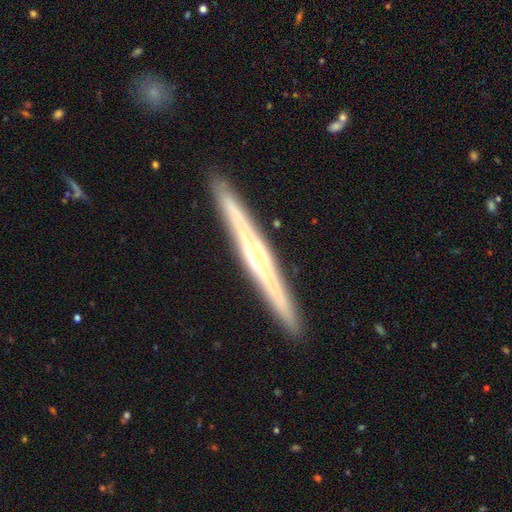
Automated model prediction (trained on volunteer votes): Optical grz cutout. It shows a featured or disk galaxy (73%) viewed edge-on (96%) with no central bulge (51%). Merging: none (91%).